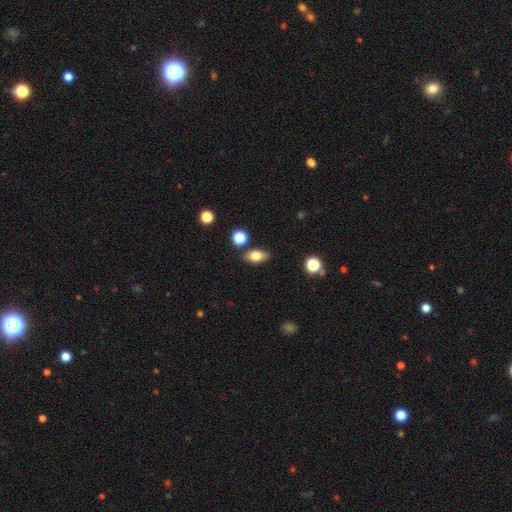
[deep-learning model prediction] Smooth or featured? smooth (77%)
How rounded? in between (85%)
Merging? none (82%)